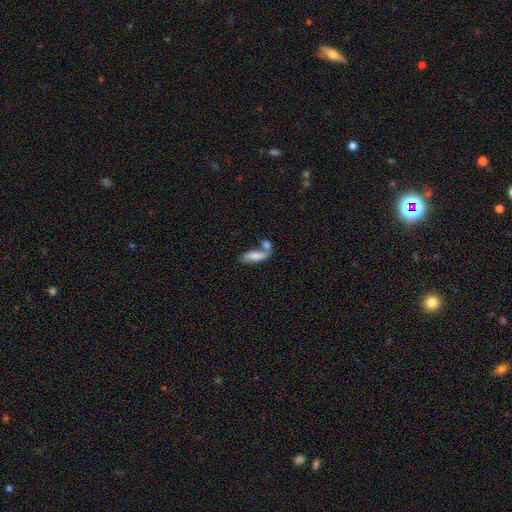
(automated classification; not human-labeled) A smooth galaxy with no disk features (68%) that is in between round and cigar-shaped (68%).

Vote fractions:
- Smooth or featured? smooth: 68% / featured or disk: 25% / star or artifact: 7%
- How rounded? in between: 68% / cigar-shaped: 30% / round: 3%
- Merging? merger: 51% / none: 30% / minor disturbance: 12% / major disturbance: 7%